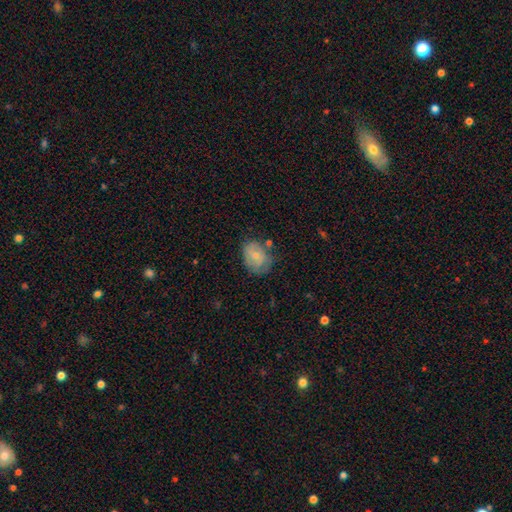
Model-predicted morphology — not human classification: Smooth or featured?
  - smooth: 58% *
  - featured or disk: 34%
  - star or artifact: 8%
How rounded?
  - in between: 63% *
  - round: 36%
  - cigar-shaped: 1%
Merging?
  - none: 58% *
  - minor disturbance: 29%
  - major disturbance: 9%
  - merger: 4%